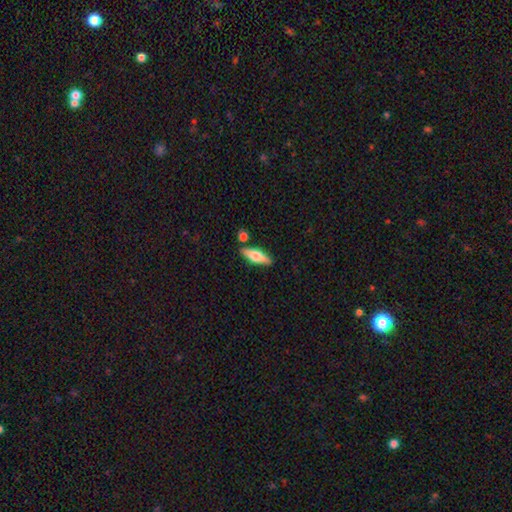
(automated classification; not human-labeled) Q: Smooth or featured?
A: smooth (59%); runner-up: featured or disk (35%)
Q: How rounded?
A: cigar-shaped (50%); runner-up: in between (48%)
Q: Merging?
A: none (82%); runner-up: minor disturbance (10%)